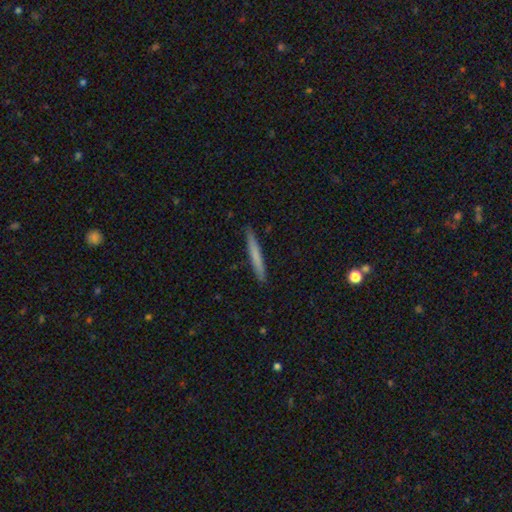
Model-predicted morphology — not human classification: Overall: smooth (69%). How rounded: cigar-shaped (96%). Merging: none (90%).